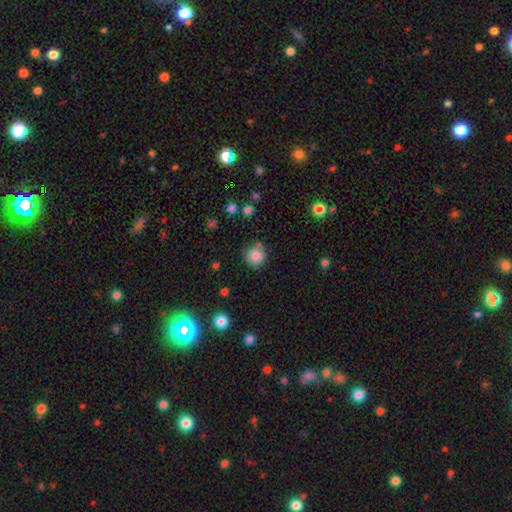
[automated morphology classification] Smooth or featured: smooth — 85% (star or artifact — 10%)
How rounded: round — 92% (in between — 7%)
Merging: none — 77% (minor disturbance — 12%)